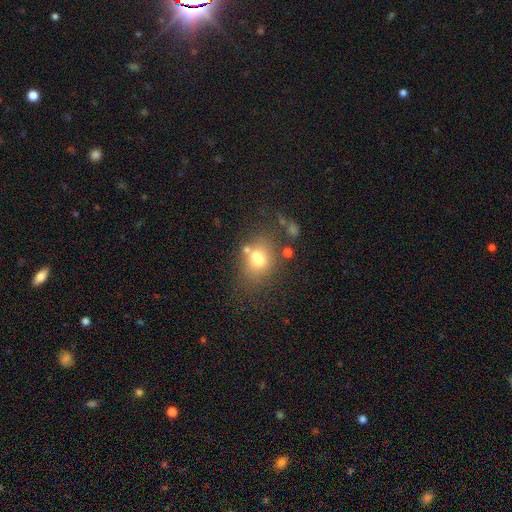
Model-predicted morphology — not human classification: This is likely a smooth galaxy (64%). How rounded: possibly in between (51%). Merging: possibly none (51%).